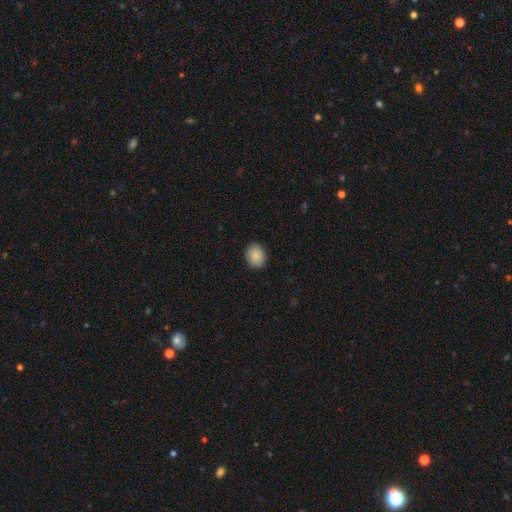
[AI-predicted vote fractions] The model was most divided on "how rounded": round: 63%, in between: 36%, cigar-shaped: 1%. More confident: merging — none (89%); smooth or featured — smooth (87%).